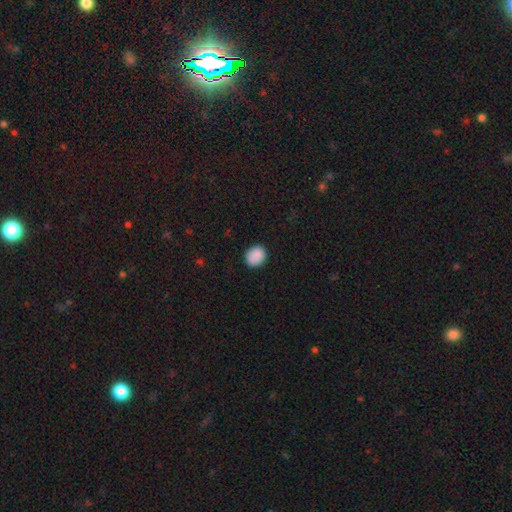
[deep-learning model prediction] Smooth or featured: smooth — 88% (star or artifact — 8%)
How rounded: round — 64% (in between — 35%)
Merging: none — 86% (minor disturbance — 11%)